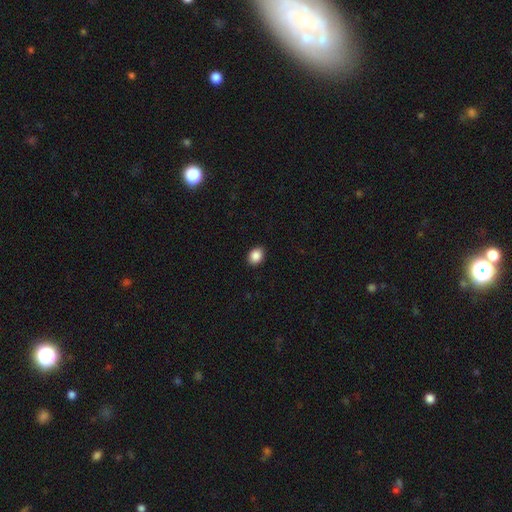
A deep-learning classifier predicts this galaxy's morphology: A smooth galaxy with no disk features (88%) that is in between round and cigar-shaped (57%).

Vote fractions:
- Smooth or featured? smooth: 88% / star or artifact: 9% / featured or disk: 3%
- How rounded? in between: 57% / round: 42% / cigar-shaped: 1%
- Merging? none: 90% / minor disturbance: 8% / major disturbance: 2% / merger: 1%